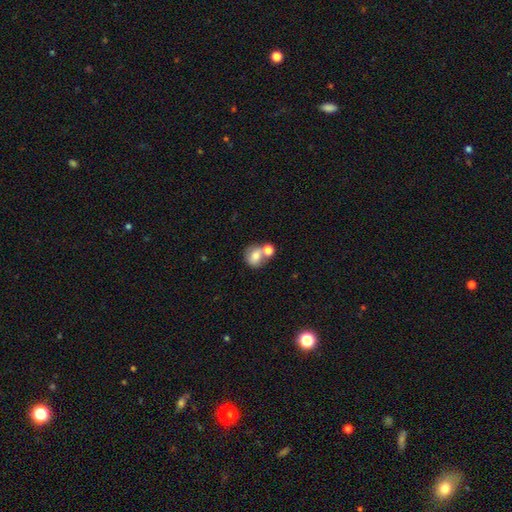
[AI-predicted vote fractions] A smooth galaxy with no disk features (75%) that is round (71%). Merging: merger (47%).